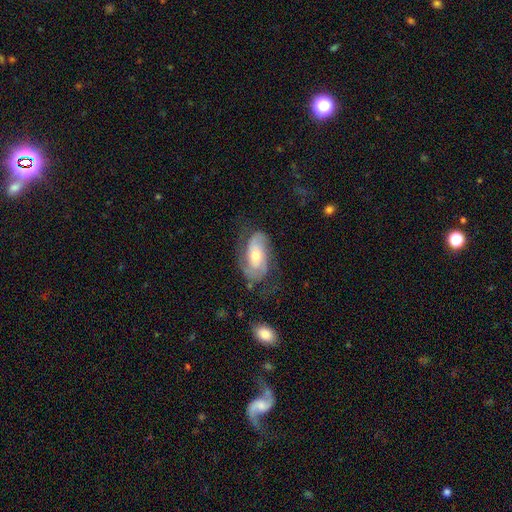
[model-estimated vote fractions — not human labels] Smooth or featured? Predicted: featured or disk (p=0.72). Edge-on disk? Predicted: no (p=0.95). Bar? Predicted: no (p=0.58). Spiral arms? Predicted: yes (p=0.91). Spiral winding? Predicted: medium (p=0.42). Spiral arm count? Predicted: 2 (p=0.75). Bulge size? Predicted: moderate (p=0.61). Merging? Predicted: none (p=0.59).